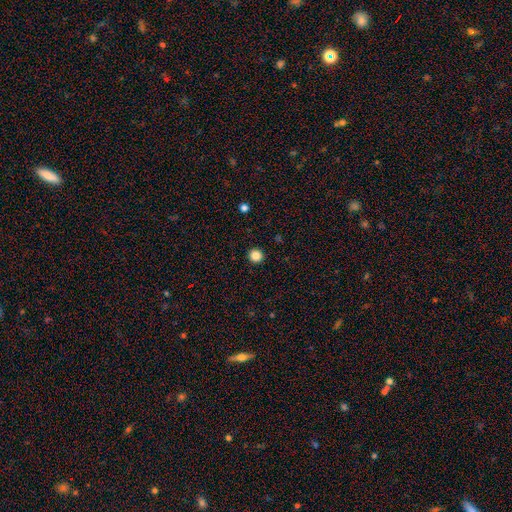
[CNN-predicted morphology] Smooth or featured? smooth (85%)
How rounded? round (96%)
Merging? none (94%)